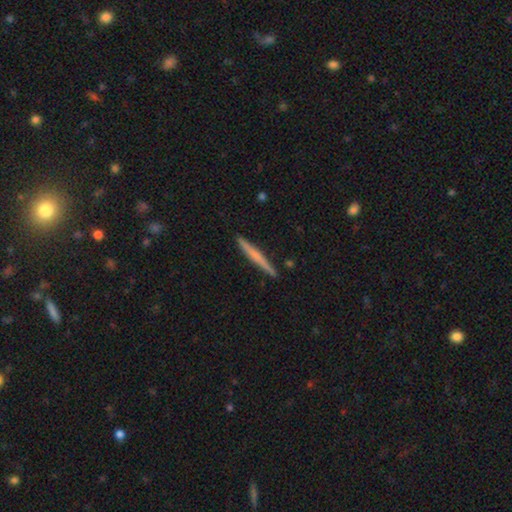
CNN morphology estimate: This appears to be a smooth galaxy with no disk features (52%) that is cigar-shaped (96%). Merging: none (91%).